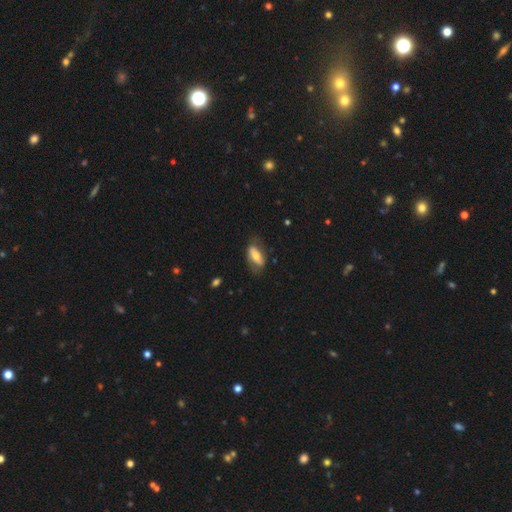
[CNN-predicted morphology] Smooth or featured? Predicted: smooth (p=0.52). How rounded? Predicted: in between (p=0.82). Merging? Predicted: none (p=0.64).